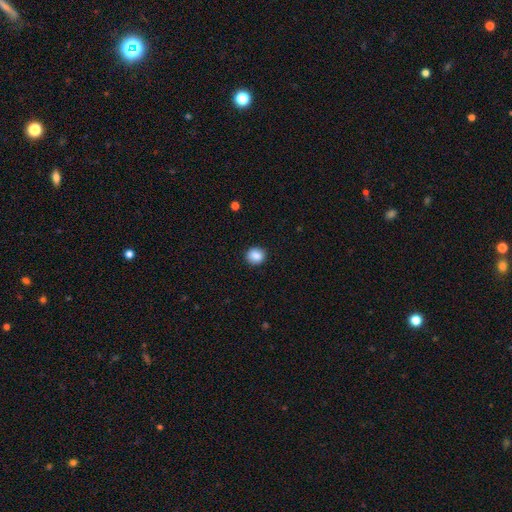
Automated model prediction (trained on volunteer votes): A smooth galaxy with no disk features (88%) that is round (84%).

Vote fractions:
- Smooth or featured? smooth: 88% / star or artifact: 9% / featured or disk: 4%
- How rounded? round: 84% / in between: 15% / cigar-shaped: 1%
- Merging? none: 90% / minor disturbance: 7% / major disturbance: 2% / merger: 1%